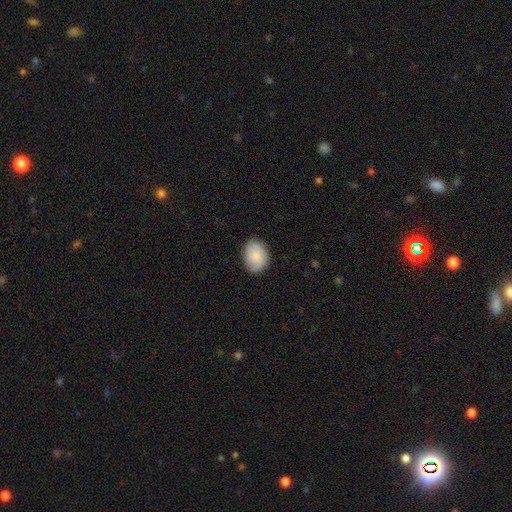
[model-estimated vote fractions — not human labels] Overall: smooth (82%). How rounded: in between (66%; round 33%). Merging: none (77%).